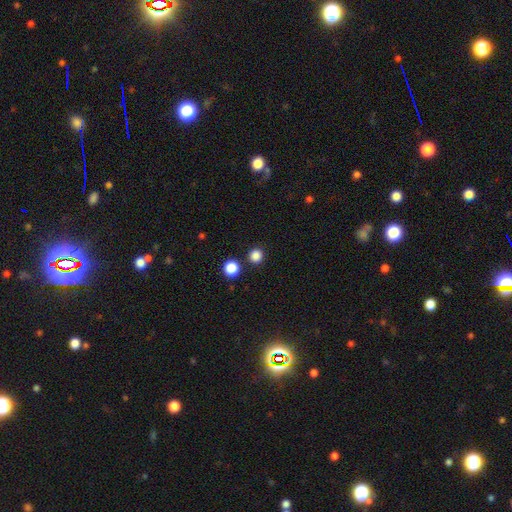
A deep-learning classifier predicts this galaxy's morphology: This appears to be a smooth galaxy with no disk features (84%) that is round (93%). Merging: none (86%).